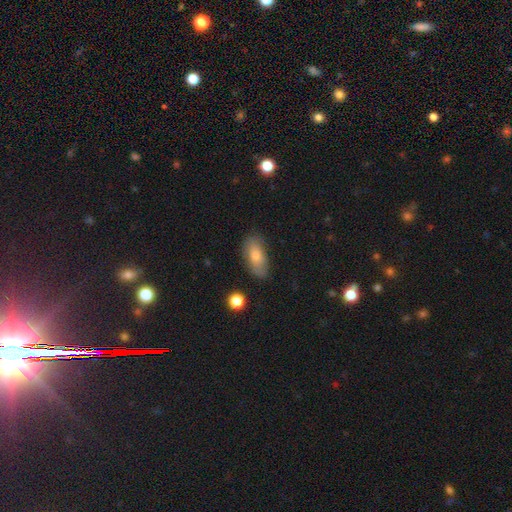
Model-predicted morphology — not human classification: Smooth or featured? Predicted: smooth (p=0.69). How rounded? Predicted: in between (p=0.85). Merging? Predicted: none (p=0.78).